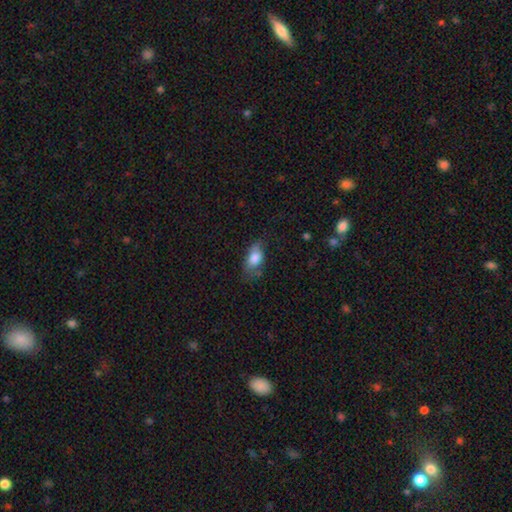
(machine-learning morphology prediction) Smooth or featured: smooth — 74% (featured or disk — 18%)
How rounded: in between — 86% (round — 8%)
Merging: none — 55% (minor disturbance — 31%)